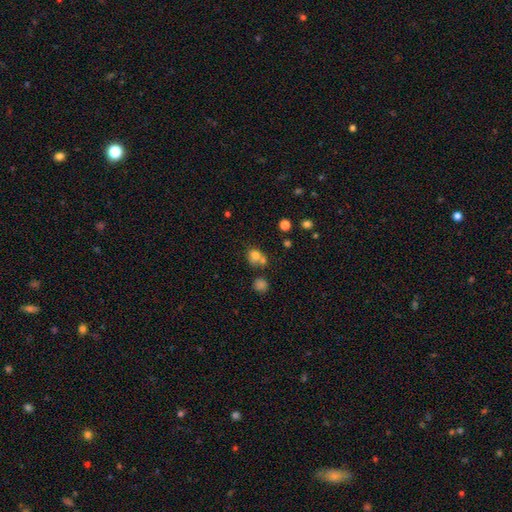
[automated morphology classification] Q: Smooth or featured?
A: smooth (75%); runner-up: star or artifact (14%)
Q: How rounded?
A: round (73%); runner-up: in between (26%)
Q: Merging?
A: none (45%); runner-up: merger (40%)